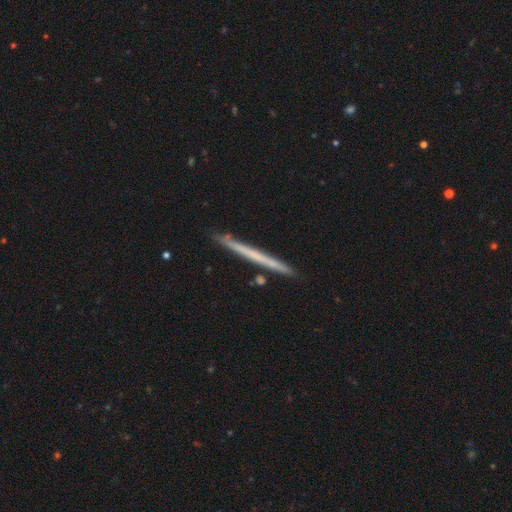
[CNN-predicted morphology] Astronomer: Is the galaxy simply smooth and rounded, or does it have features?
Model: featured or disk — 49% (runner-up: smooth, 46%).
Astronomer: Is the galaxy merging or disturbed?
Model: none — 89%.